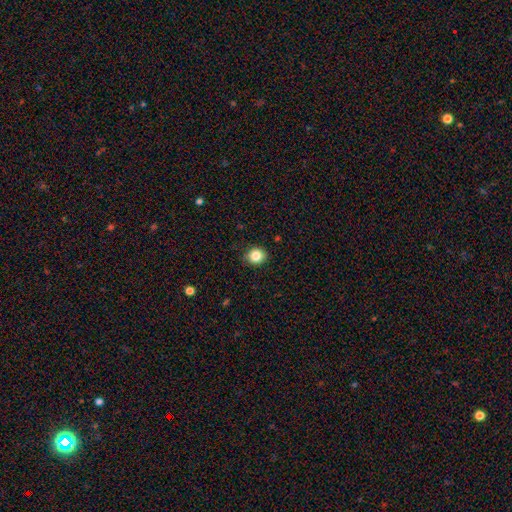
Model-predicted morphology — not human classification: This is clearly a smooth galaxy (86%). How rounded: likely round (79%). Merging: clearly none (87%).